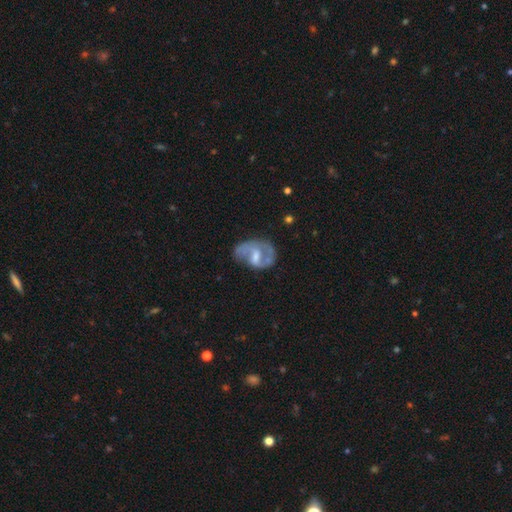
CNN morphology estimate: Q: Smooth or featured?
A: featured or disk (76%); runner-up: smooth (18%)
Q: Edge-on disk?
A: no (97%); runner-up: yes (3%)
Q: Bar?
A: weak (52%); runner-up: no (31%)
Q: Spiral arms?
A: yes (84%); runner-up: no (16%)
Q: Spiral winding?
A: medium (48%); runner-up: loose (30%)
Q: Spiral arm count?
A: 2 (71%); runner-up: 1 (13%)
Q: Bulge size?
A: moderate (47%); runner-up: small (32%)
Q: Merging?
A: none (55%); runner-up: minor disturbance (23%)